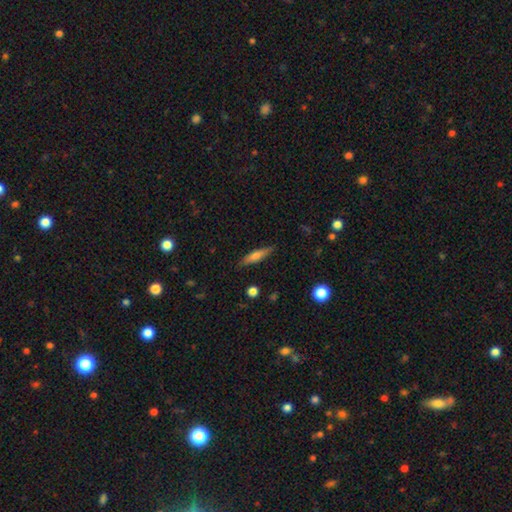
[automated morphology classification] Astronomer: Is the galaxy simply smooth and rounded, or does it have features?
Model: smooth — 54% (runner-up: featured or disk, 39%).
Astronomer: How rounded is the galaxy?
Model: cigar-shaped — 78%.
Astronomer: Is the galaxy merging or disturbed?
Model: none — 87%.